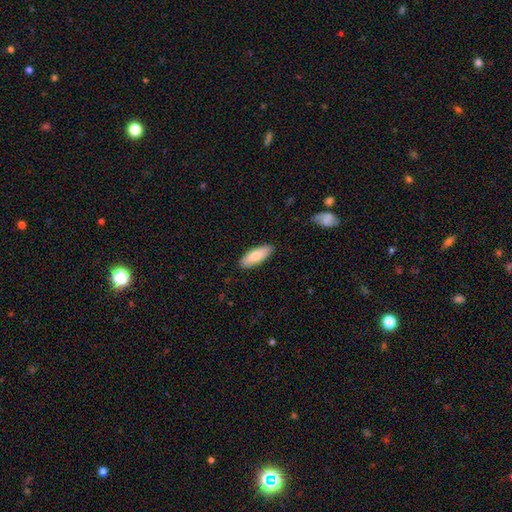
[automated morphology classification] Smooth or featured? smooth (78%)
How rounded? in between (68%)
Merging? none (89%)